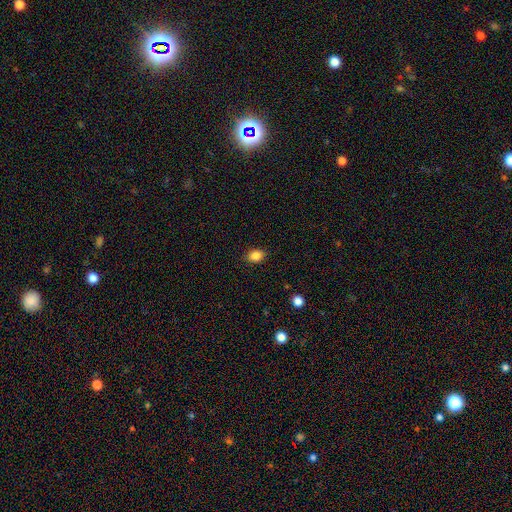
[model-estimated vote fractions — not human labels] Smooth or featured?
  - smooth: 86% *
  - star or artifact: 10%
  - featured or disk: 4%
How rounded?
  - in between: 66% *
  - round: 33%
  - cigar-shaped: 1%
Merging?
  - none: 86% *
  - minor disturbance: 11%
  - major disturbance: 2%
  - merger: 1%